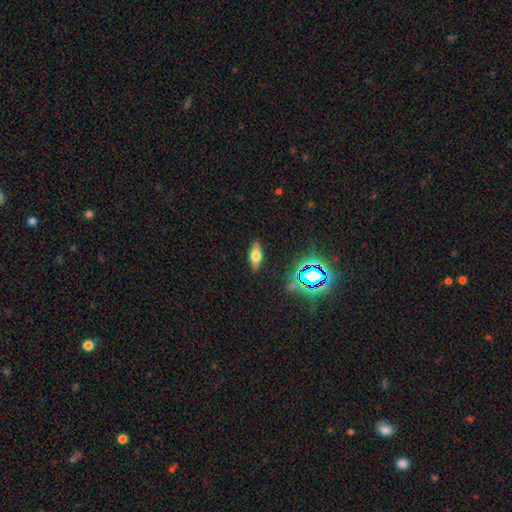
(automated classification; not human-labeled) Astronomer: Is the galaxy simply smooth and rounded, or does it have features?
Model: smooth — 52% (runner-up: featured or disk, 32%).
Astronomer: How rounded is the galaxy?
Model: in between — 71%.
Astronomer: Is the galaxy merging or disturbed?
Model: none — 87%.